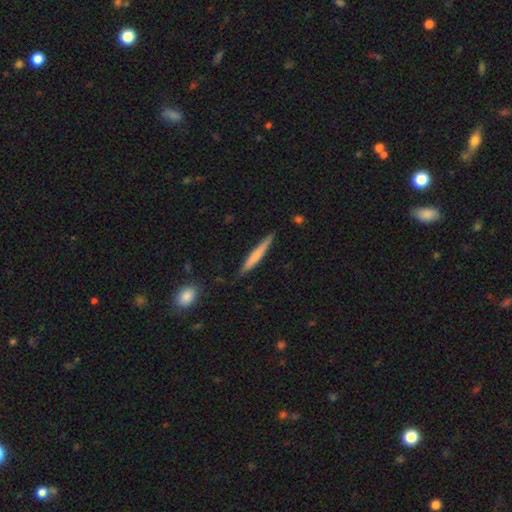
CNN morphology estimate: This is possibly a smooth galaxy (60%). How rounded: clearly cigar-shaped (95%). Merging: clearly none (84%).